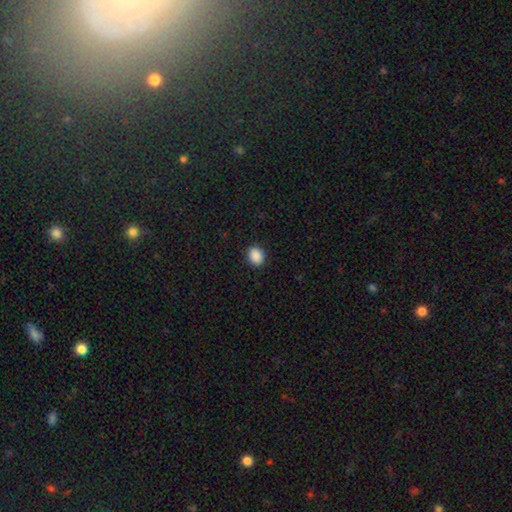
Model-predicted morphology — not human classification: smooth 89%, star or artifact 8%, featured or disk 2%. Down the decision tree: how rounded — round (51%); merging — none (89%).